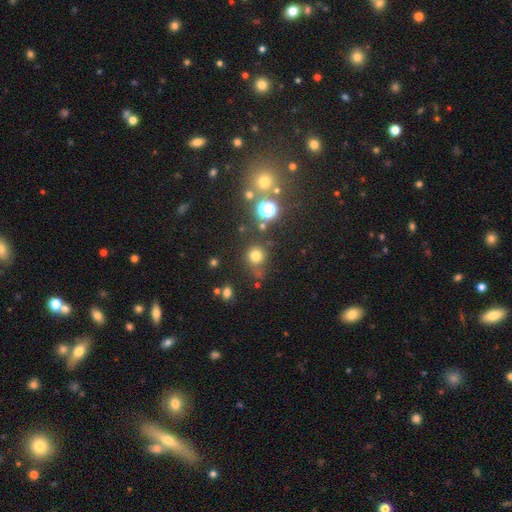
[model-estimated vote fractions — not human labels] A smooth galaxy with no disk features (72%) that is round (90%). Merging: none (70%).